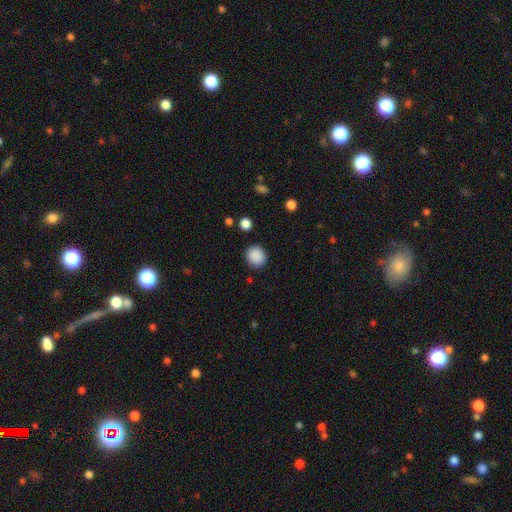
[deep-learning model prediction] smooth_or_featured: smooth (p=0.89) [alt: star or artifact p=0.09]
how_rounded: round (p=0.86) [alt: in between p=0.13]
merging: none (p=0.89) [alt: minor disturbance p=0.07]